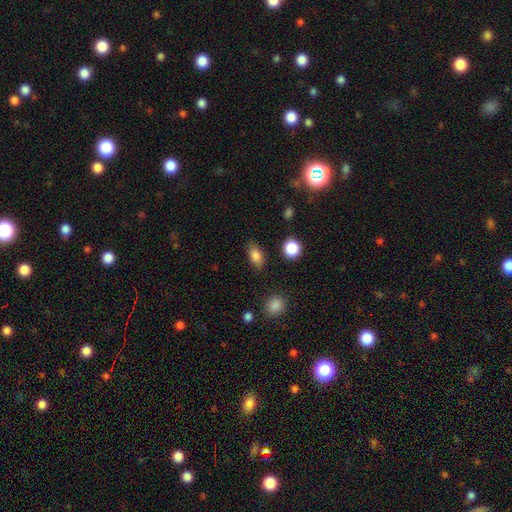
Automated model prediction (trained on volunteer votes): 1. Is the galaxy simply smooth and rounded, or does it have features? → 83% smooth, 10% star or artifact, 7% featured or disk.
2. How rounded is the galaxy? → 84% in between, 11% round, 5% cigar-shaped.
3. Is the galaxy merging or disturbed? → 83% none, 11% minor disturbance, 3% major disturbance, 2% merger.